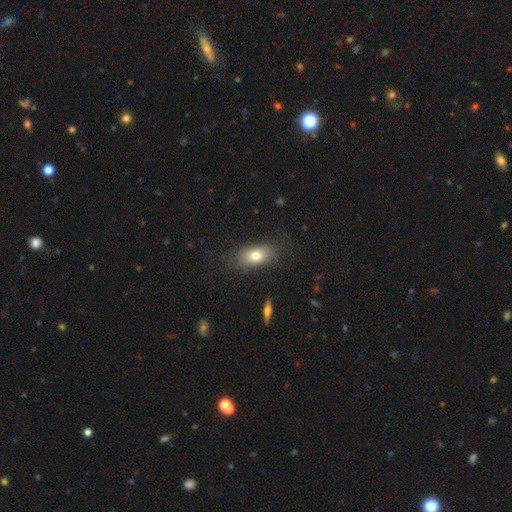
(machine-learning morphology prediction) Overall: smooth (77%). How rounded: in between (85%). Merging: none (78%).